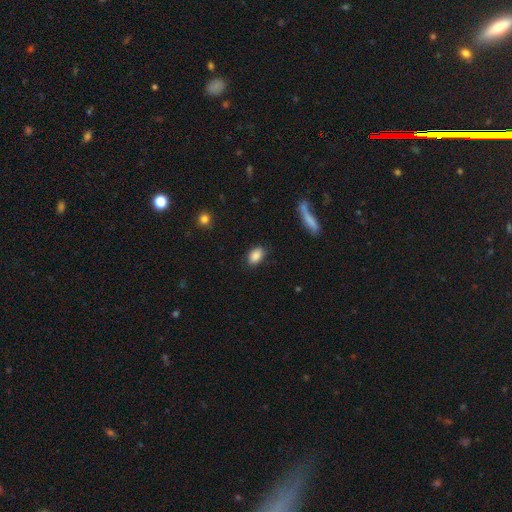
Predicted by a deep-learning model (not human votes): This appears to be a smooth galaxy with no disk features (87%) that is in between round and cigar-shaped (88%). Merging: none (85%).